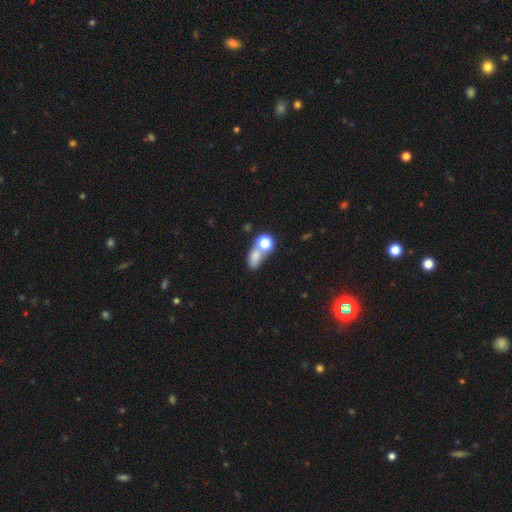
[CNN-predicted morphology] type=smooth (73%); roundness=in between (69%); merging=merger (45%).